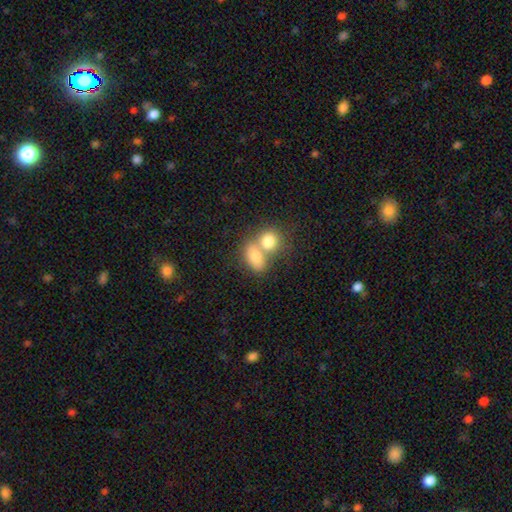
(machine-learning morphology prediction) smooth 77%, featured or disk 13%, star or artifact 9%. Down the decision tree: how rounded — in between (69%); merging — merger (59%).